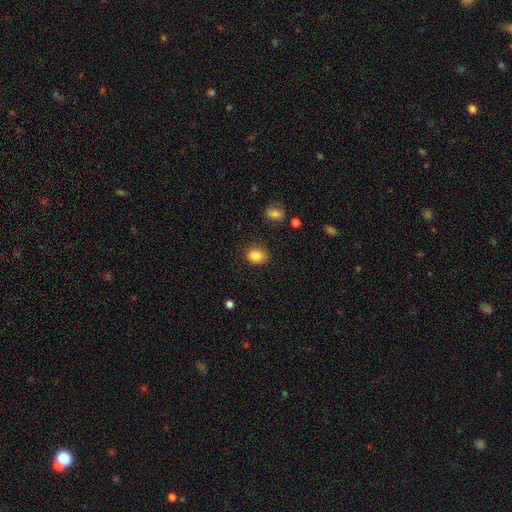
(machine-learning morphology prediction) smooth 85%, star or artifact 10%, featured or disk 5%. Down the decision tree: how rounded — round (57%); merging — none (84%).